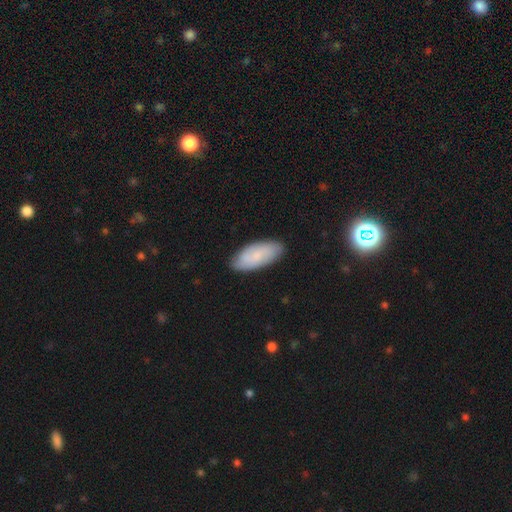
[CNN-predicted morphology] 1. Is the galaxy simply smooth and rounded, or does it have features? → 65% smooth, 28% featured or disk, 7% star or artifact.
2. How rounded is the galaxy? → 86% in between, 12% cigar-shaped, 2% round.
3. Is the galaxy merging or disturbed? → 83% none, 13% minor disturbance, 3% major disturbance, 1% merger.